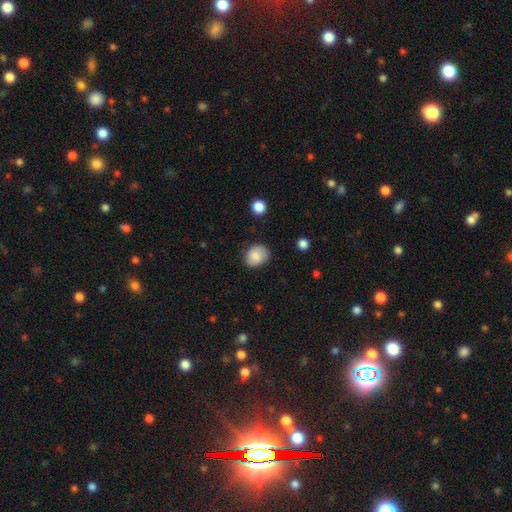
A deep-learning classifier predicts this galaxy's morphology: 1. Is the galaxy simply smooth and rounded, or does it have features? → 84% smooth, 8% featured or disk, 8% star or artifact.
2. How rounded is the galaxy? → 51% in between, 48% round, 1% cigar-shaped.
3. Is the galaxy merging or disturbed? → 76% none, 19% minor disturbance, 4% major disturbance, 1% merger.